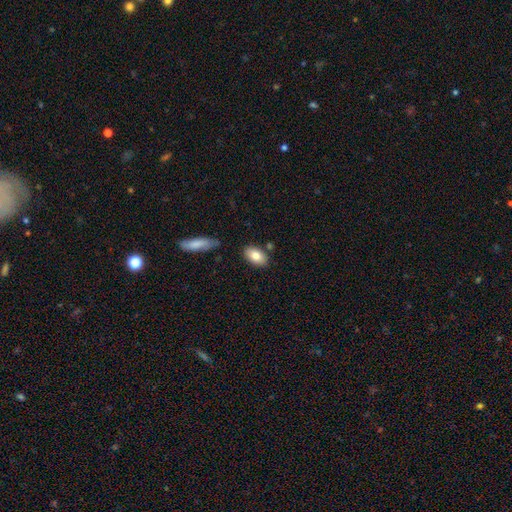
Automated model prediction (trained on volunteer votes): smooth-or-featured: smooth: 81% | featured or disk: 12% | star or artifact: 7%
  how-rounded: in between: 92% | round: 6% | cigar-shaped: 2%
  merging: none: 80% | minor disturbance: 12% | merger: 5% | major disturbance: 3%